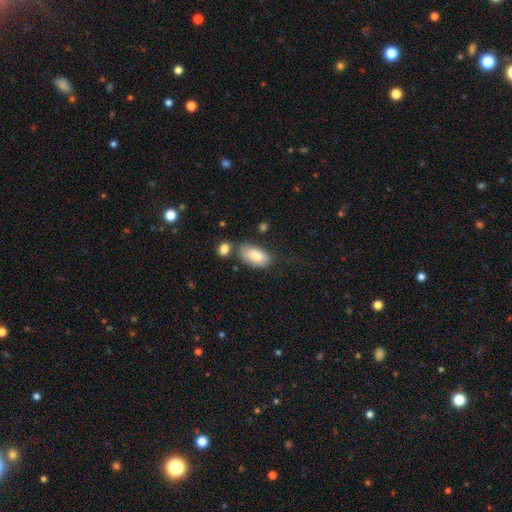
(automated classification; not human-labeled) Smooth or featured? Predicted: smooth (p=0.84). How rounded? Predicted: in between (p=0.94). Merging? Predicted: none (p=0.56).